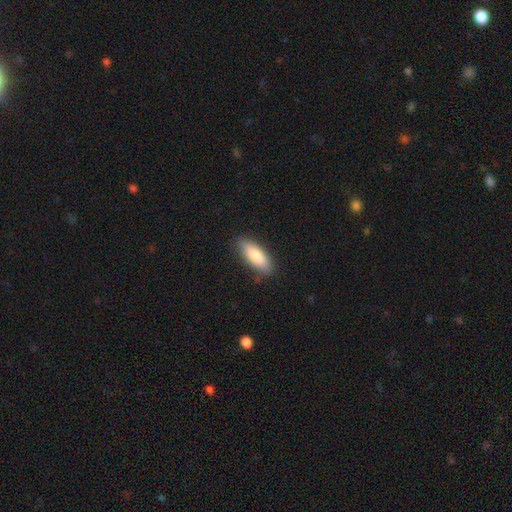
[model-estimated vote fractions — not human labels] A smooth galaxy with no disk features (84%) that is in between round and cigar-shaped (69%).

Vote fractions:
- Smooth or featured? smooth: 84% / featured or disk: 11% / star or artifact: 6%
- How rounded? in between: 69% / cigar-shaped: 29% / round: 2%
- Merging? none: 84% / minor disturbance: 12% / major disturbance: 2% / merger: 1%